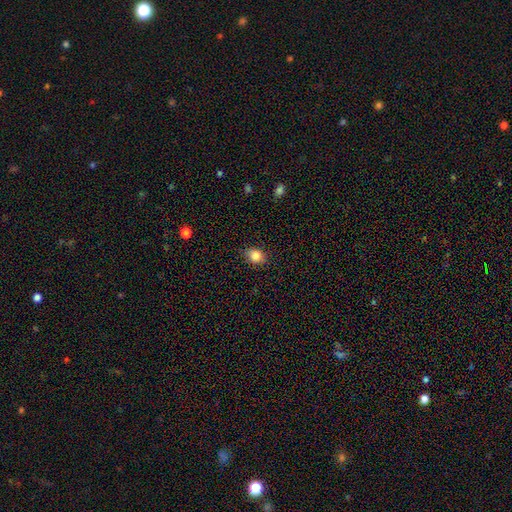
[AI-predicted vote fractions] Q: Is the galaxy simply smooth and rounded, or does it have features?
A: smooth — 84%.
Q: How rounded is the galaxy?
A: round — 50%.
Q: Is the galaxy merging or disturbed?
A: none — 85%.